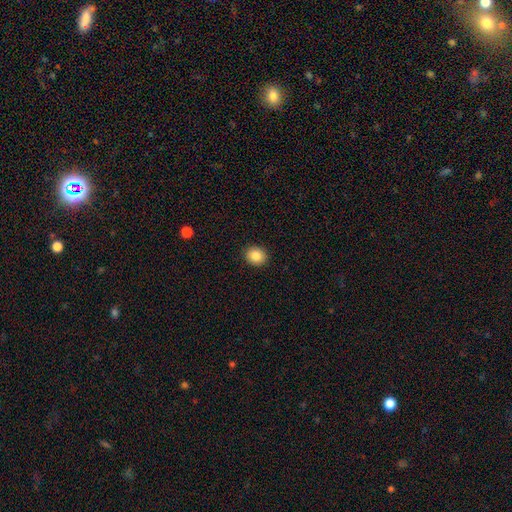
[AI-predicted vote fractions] The model was most divided on "how rounded": round: 74%, in between: 25%, cigar-shaped: 1%. More confident: merging — none (92%); smooth or featured — smooth (85%).